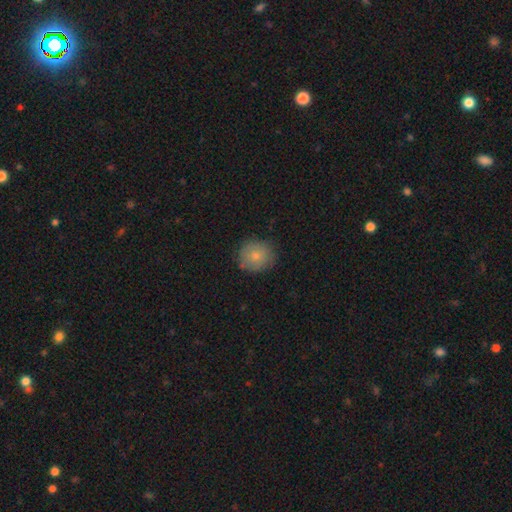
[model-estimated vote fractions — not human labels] Smooth or featured?
  - smooth: 78% *
  - featured or disk: 14%
  - star or artifact: 8%
How rounded?
  - round: 85% *
  - in between: 14%
  - cigar-shaped: 1%
Merging?
  - none: 79% *
  - minor disturbance: 16%
  - major disturbance: 3%
  - merger: 1%